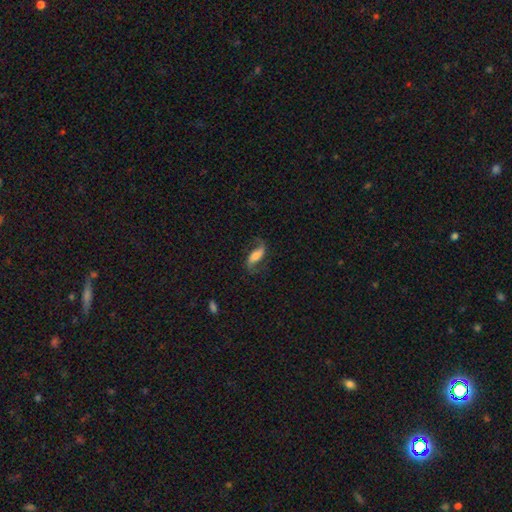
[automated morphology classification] Overall: featured or disk (66%). Edge-on disk: no (89%). Bar: strong (37%; weak 33%). Spiral arms: yes (93%). Spiral arm count: 2 (89%). Spiral winding: loose (72%). Bulge size: moderate (34%; small 25%). Merging: none (69%).